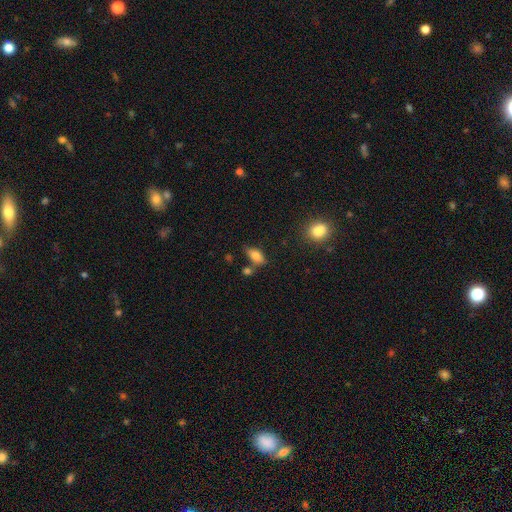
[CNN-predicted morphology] Q: Smooth or featured?
A: smooth (79%); runner-up: featured or disk (12%)
Q: How rounded?
A: in between (87%); runner-up: cigar-shaped (8%)
Q: Merging?
A: none (64%); runner-up: minor disturbance (19%)